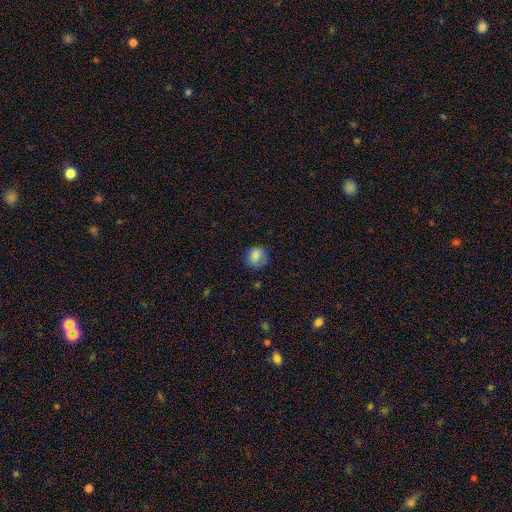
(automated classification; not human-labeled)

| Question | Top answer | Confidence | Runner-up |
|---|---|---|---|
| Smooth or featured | smooth | 83% | star or artifact (9%) |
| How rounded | round | 83% | in between (16%) |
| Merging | none | 74% | minor disturbance (19%) |